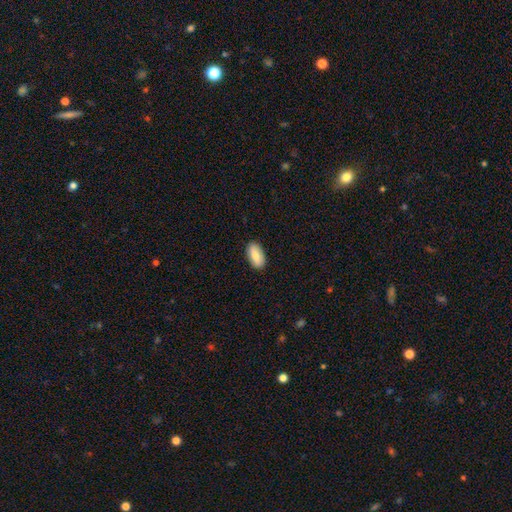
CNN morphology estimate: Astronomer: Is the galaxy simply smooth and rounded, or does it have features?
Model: smooth — 79%.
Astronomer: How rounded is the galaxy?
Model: in between — 92%.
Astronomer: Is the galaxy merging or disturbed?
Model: none — 88%.